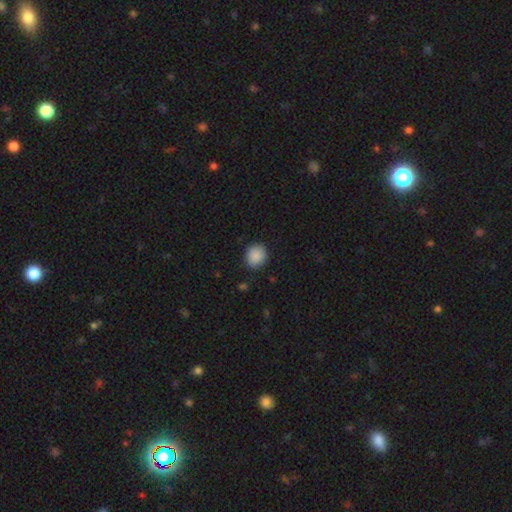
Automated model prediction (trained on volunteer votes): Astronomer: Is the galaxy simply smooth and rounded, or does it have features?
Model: smooth — 89%.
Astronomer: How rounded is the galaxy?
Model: round — 75%.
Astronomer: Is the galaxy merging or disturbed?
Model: none — 87%.